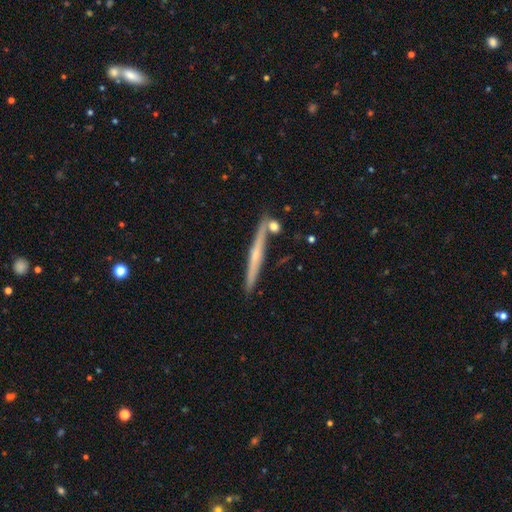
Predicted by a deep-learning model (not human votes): This appears to be a featured or disk galaxy (65%) viewed edge-on (97%) with a rounded central bulge (57%). Merging: none (83%).